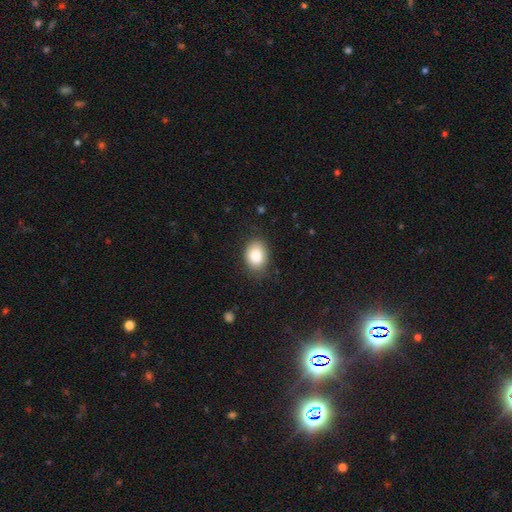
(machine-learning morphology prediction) The model was most divided on "how rounded": in between: 72%, round: 27%, cigar-shaped: 1%. More confident: smooth or featured — smooth (86%); merging — none (80%).